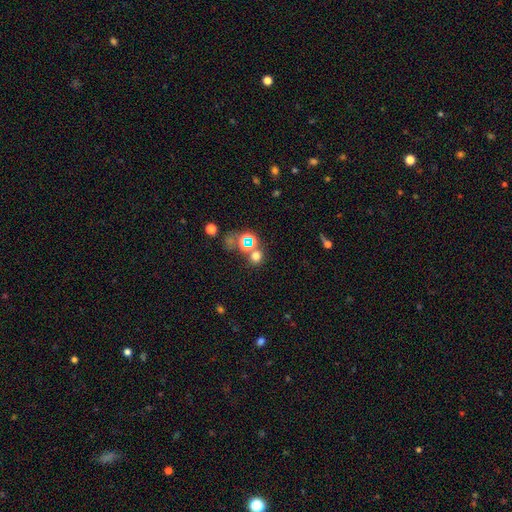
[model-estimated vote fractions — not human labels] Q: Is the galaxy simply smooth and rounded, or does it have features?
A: smooth — 59%.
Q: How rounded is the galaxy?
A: round — 83%.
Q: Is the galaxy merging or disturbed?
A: none — 69%.